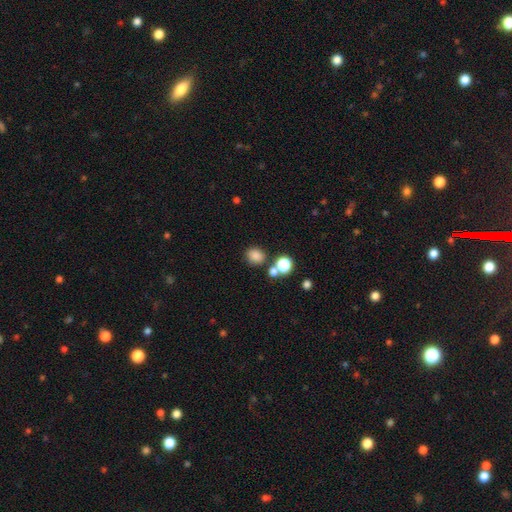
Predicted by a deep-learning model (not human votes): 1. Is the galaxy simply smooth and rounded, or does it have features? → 81% smooth, 14% star or artifact, 5% featured or disk.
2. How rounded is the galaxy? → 73% round, 26% in between, 1% cigar-shaped.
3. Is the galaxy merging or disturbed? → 71% none, 15% merger, 10% minor disturbance, 4% major disturbance.